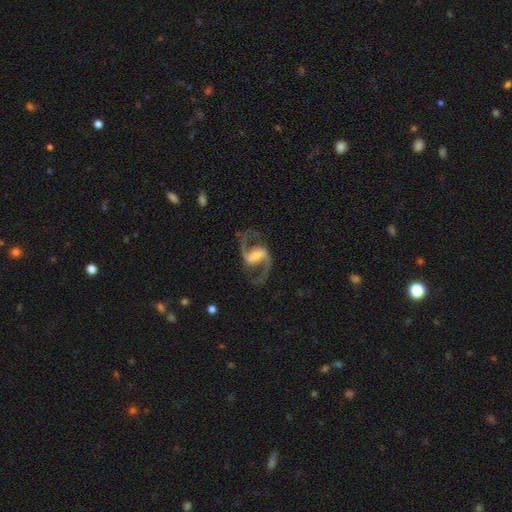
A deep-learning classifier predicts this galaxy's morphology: A featured or disk galaxy (92%) with a strong bar (44%), 2 (94%) medium (49%) spiral arms (98%) and a small central bulge (36%). Merging: none (79%).